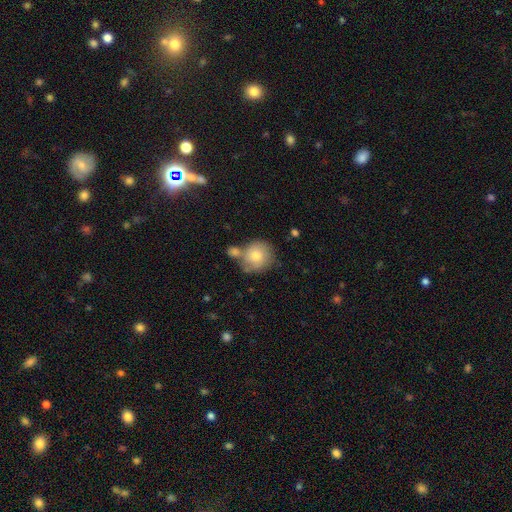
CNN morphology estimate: Smooth or featured? smooth (75%)
How rounded? round (89%)
Merging? none (52%)